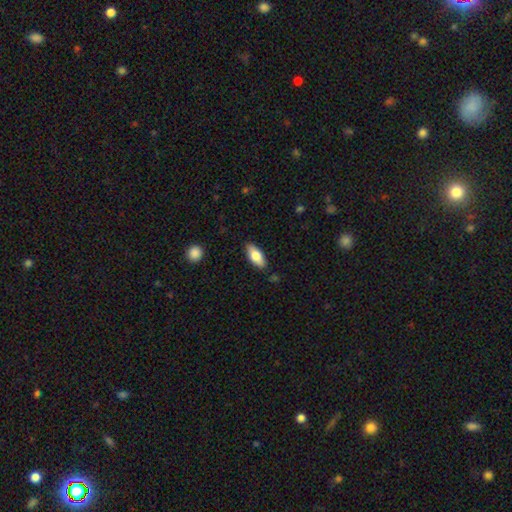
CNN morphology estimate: A smooth galaxy with no disk features (76%) that is in between round and cigar-shaped (81%).

Vote fractions:
- Smooth or featured? smooth: 76% / featured or disk: 18% / star or artifact: 6%
- How rounded? in between: 81% / cigar-shaped: 16% / round: 2%
- Merging? none: 86% / minor disturbance: 11% / major disturbance: 2% / merger: 2%